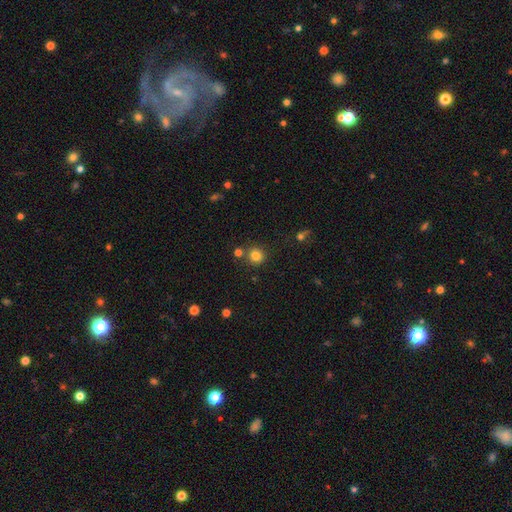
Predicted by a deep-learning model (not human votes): A smooth galaxy with no disk features (81%) that is round (92%). Merging: none (81%).